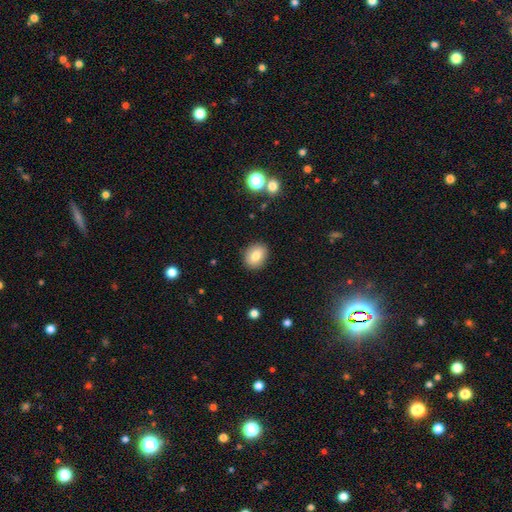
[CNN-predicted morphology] Smooth or featured: smooth — 80% (featured or disk — 11%)
How rounded: in between — 51% (round — 48%)
Merging: none — 88% (minor disturbance — 8%)